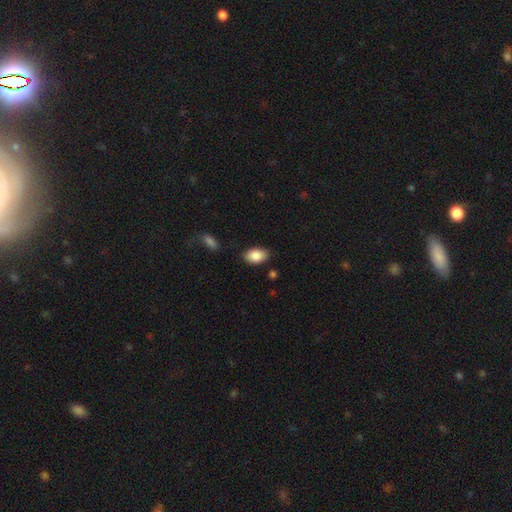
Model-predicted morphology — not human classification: This is clearly a smooth galaxy (86%). How rounded: clearly in between (91%). Merging: clearly none (83%).